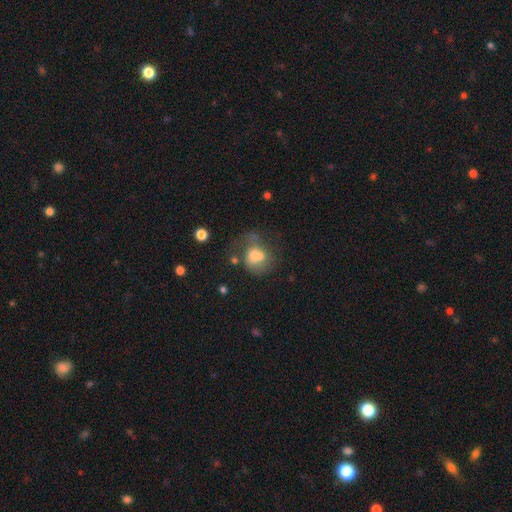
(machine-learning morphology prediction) smooth 58%, featured or disk 32%, star or artifact 11%. Down the decision tree: how rounded — round (52%); merging — major disturbance (30%).